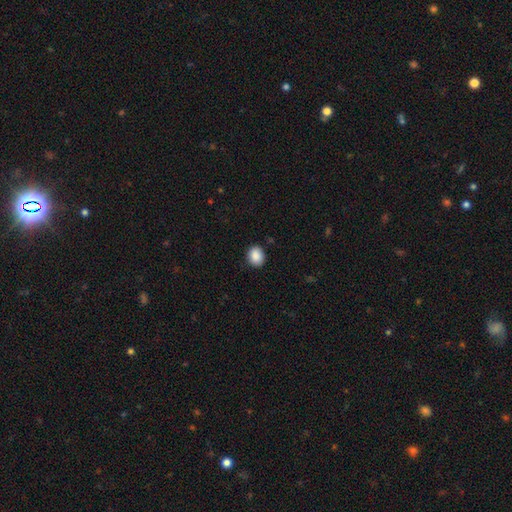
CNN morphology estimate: smooth 89%, star or artifact 8%, featured or disk 3%. Down the decision tree: how rounded — round (60%); merging — none (87%).